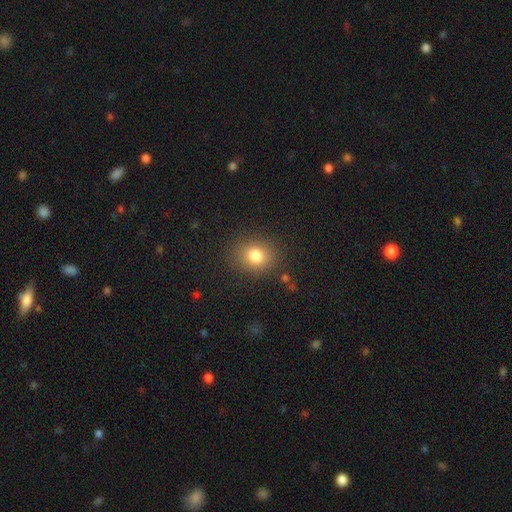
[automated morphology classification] Overall: smooth (80%). How rounded: round (67%; in between 32%). Merging: none (85%).